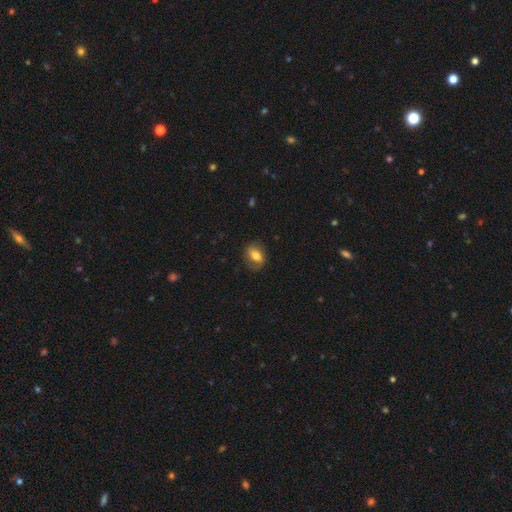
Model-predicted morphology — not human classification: smooth-or-featured: smooth: 69% | featured or disk: 23% | star or artifact: 8%
  how-rounded: in between: 77% | round: 21% | cigar-shaped: 3%
  merging: none: 76% | minor disturbance: 17% | major disturbance: 6% | merger: 1%